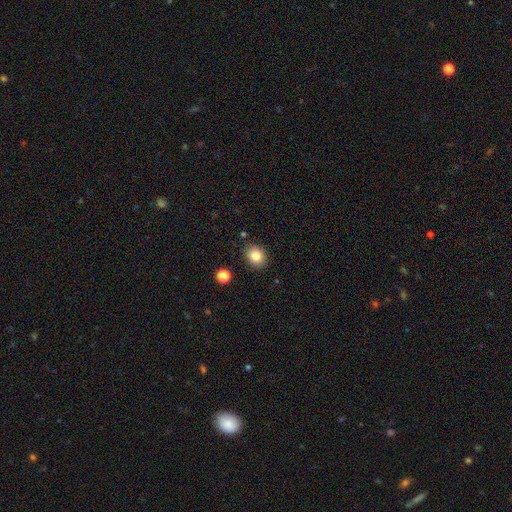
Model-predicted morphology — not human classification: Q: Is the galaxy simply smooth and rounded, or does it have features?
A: smooth — 83%.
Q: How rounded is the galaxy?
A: round — 68%.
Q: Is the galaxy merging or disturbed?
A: none — 87%.